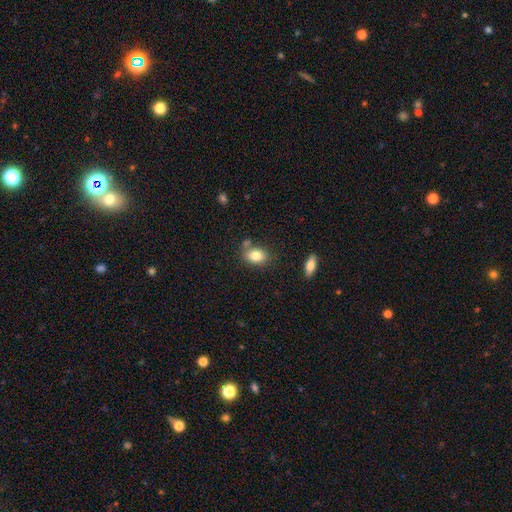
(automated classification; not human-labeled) Overall: smooth (82%). How rounded: in between (79%). Merging: none (68%).